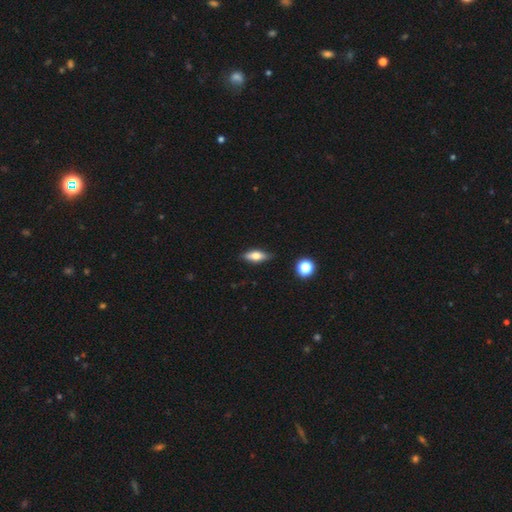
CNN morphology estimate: This appears to be a smooth galaxy with no disk features (61%) that is in between round and cigar-shaped (66%). Merging: none (85%).